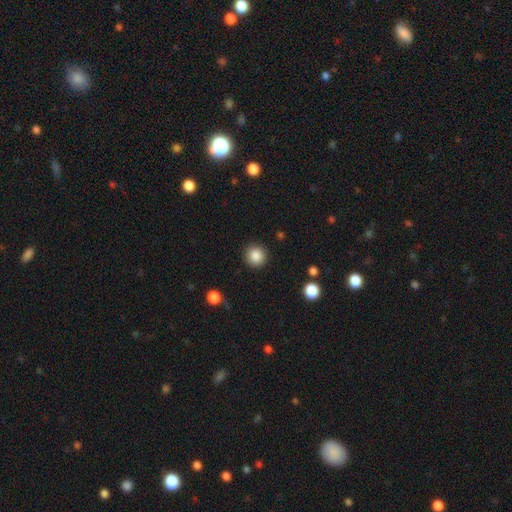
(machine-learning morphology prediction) Smooth or featured? smooth (86%)
How rounded? round (94%)
Merging? none (90%)